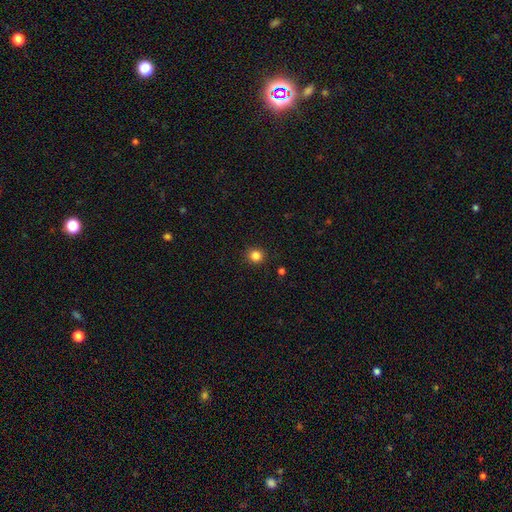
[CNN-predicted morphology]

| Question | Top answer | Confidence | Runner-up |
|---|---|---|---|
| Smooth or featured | smooth | 84% | star or artifact (12%) |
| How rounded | round | 91% | in between (8%) |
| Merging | none | 91% | minor disturbance (6%) |